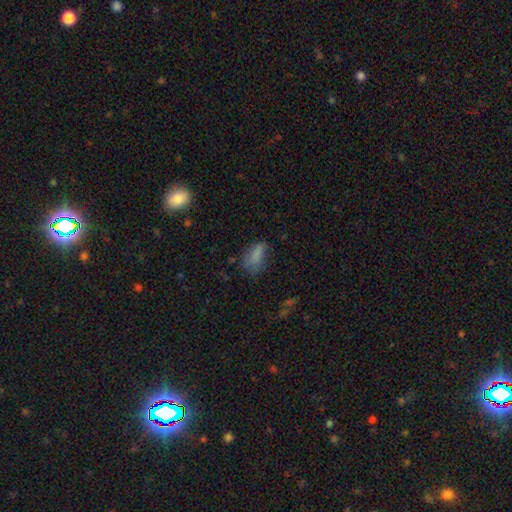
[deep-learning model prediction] Q: Smooth or featured?
A: smooth (76%); runner-up: star or artifact (13%)
Q: How rounded?
A: in between (82%); runner-up: cigar-shaped (12%)
Q: Merging?
A: none (44%); runner-up: minor disturbance (30%)